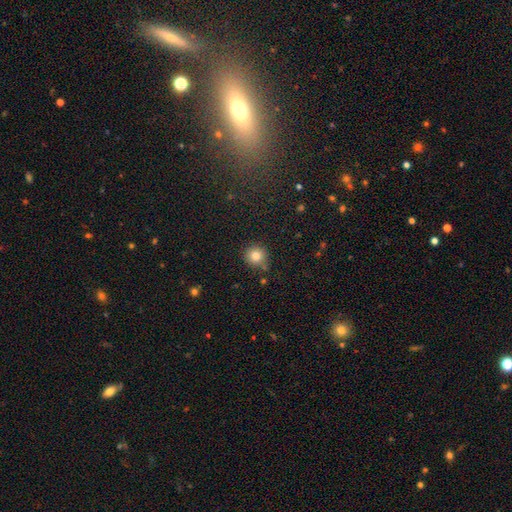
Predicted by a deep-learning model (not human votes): This appears to be a smooth galaxy with no disk features (82%) that is round (92%). Merging: none (80%).